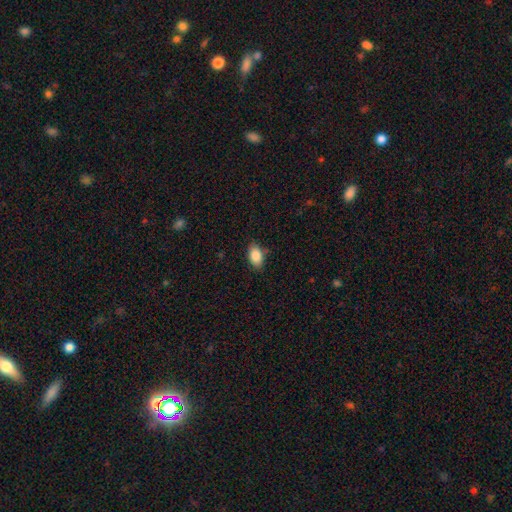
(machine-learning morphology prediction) smooth 87%, star or artifact 7%, featured or disk 6%. Down the decision tree: how rounded — in between (90%); merging — none (83%).